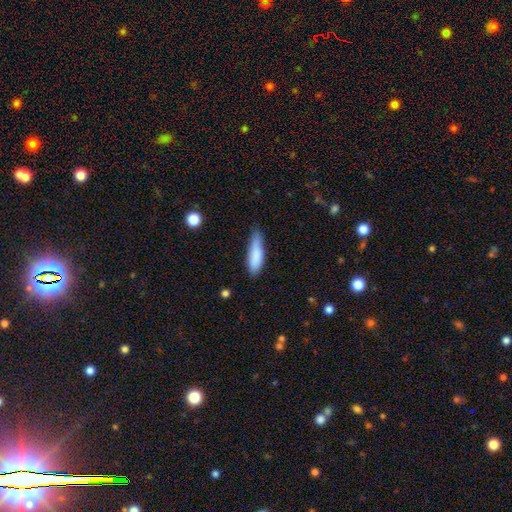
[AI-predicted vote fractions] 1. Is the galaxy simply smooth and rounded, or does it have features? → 85% smooth, 9% featured or disk, 6% star or artifact.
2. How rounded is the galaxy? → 62% cigar-shaped, 36% in between, 2% round.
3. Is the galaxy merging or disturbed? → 65% none, 28% minor disturbance, 5% major disturbance, 2% merger.